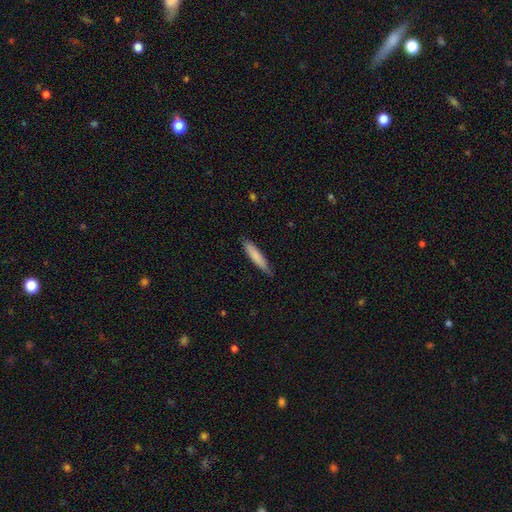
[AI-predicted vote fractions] smooth-or-featured: smooth: 79% | featured or disk: 16% | star or artifact: 5%
  how-rounded: cigar-shaped: 87% | in between: 12% | round: 1%
  merging: none: 81% | minor disturbance: 15% | major disturbance: 2% | merger: 1%